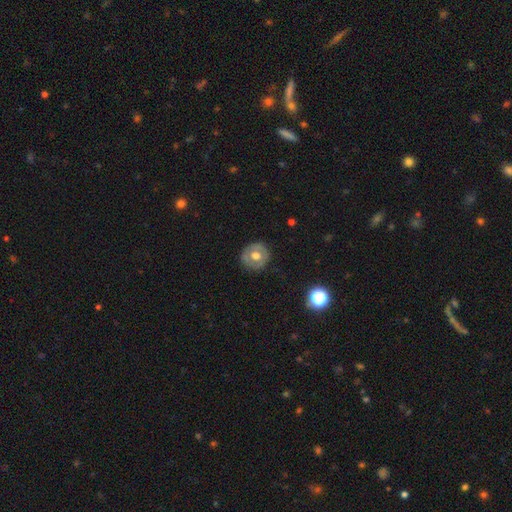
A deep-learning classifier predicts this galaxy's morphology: smooth_or_featured: smooth (p=0.50) [alt: featured or disk p=0.43]
merging: none (p=0.86) [alt: minor disturbance p=0.10]